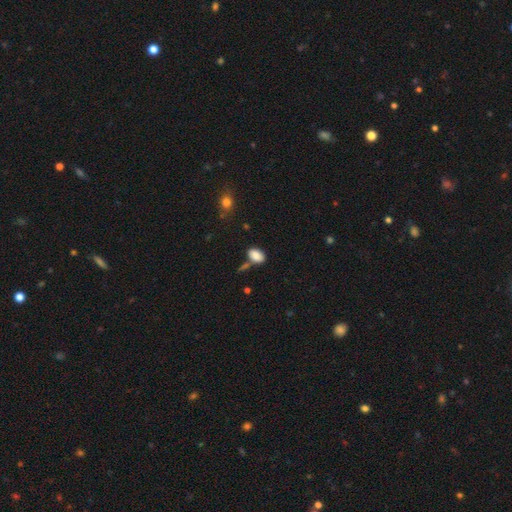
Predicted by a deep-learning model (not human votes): Smooth or featured?
  - smooth: 85% *
  - star or artifact: 8%
  - featured or disk: 7%
How rounded?
  - in between: 91% *
  - round: 8%
  - cigar-shaped: 2%
Merging?
  - none: 61% *
  - minor disturbance: 17%
  - merger: 17%
  - major disturbance: 5%